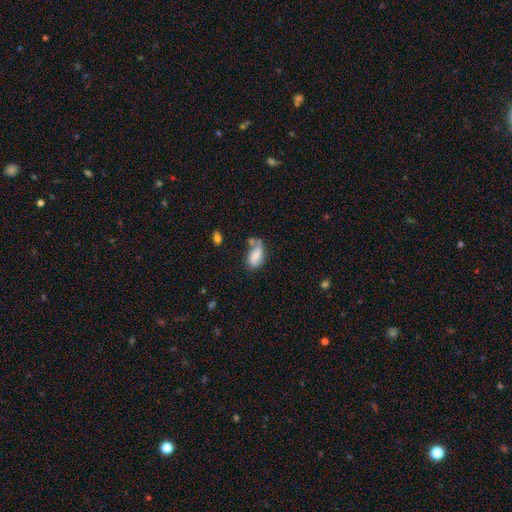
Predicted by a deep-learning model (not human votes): Overall: smooth (68%). How rounded: in between (90%). Merging: none (39%; minor disturbance 28%).